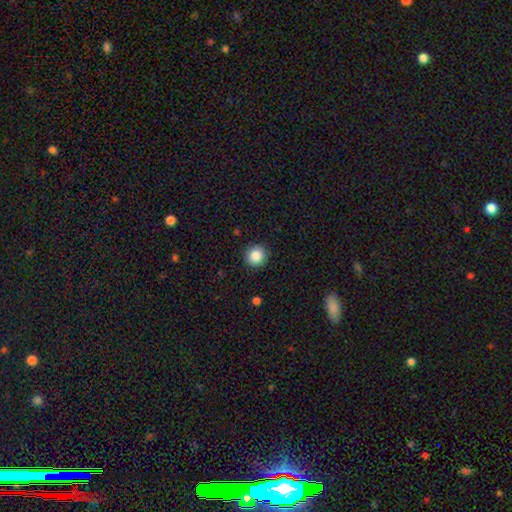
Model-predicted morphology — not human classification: Smooth or featured?
  - smooth: 86% *
  - star or artifact: 9%
  - featured or disk: 4%
How rounded?
  - round: 94% *
  - in between: 5%
  - cigar-shaped: 1%
Merging?
  - none: 91% *
  - minor disturbance: 6%
  - major disturbance: 2%
  - merger: 1%